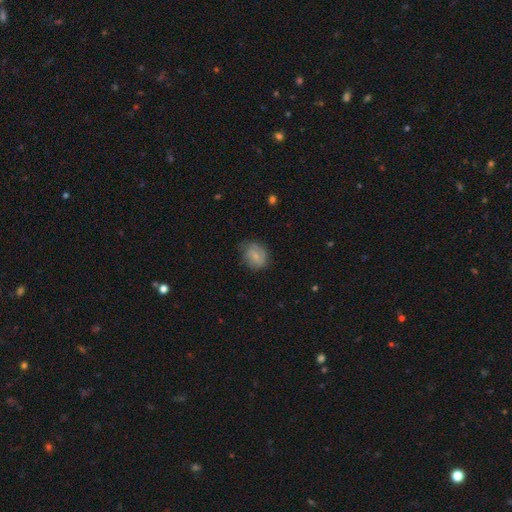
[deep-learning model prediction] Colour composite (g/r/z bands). It shows a smooth galaxy with no disk features (54%) that is round (52%). Merging: none (64%).